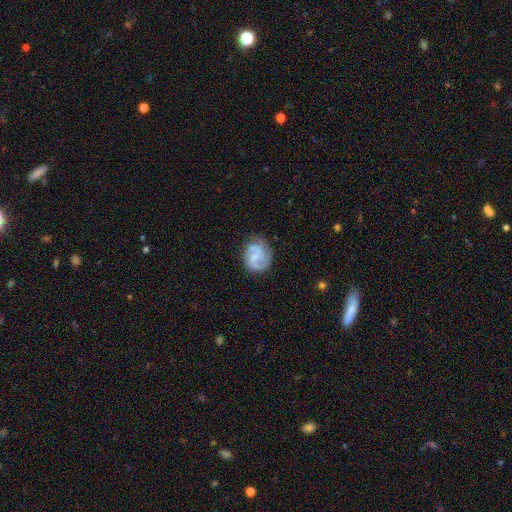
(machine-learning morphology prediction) A featured or disk galaxy (75%) with a weak bar (52%), 2 (80%) medium (50%) spiral arms (94%) and a small central bulge (49%).

Vote fractions:
- Smooth or featured? featured or disk: 75% / smooth: 19% / star or artifact: 6%
- Edge-on disk? no: 98% / yes: 2%
- Bar? weak: 52% / no: 34% / strong: 15%
- Spiral arms? yes: 94% / no: 6%
- Spiral winding? medium: 50% / loose: 26% / tight: 24%
- Spiral arm count? 2: 80% / can't tell: 7% / 1: 5% / 3: 5% / 4: 1% / more than 4: 1%
- Bulge size? small: 49% / none: 30% / moderate: 18% / large: 2% / dominant: 1%
- Merging? none: 73% / minor disturbance: 17% / major disturbance: 8% / merger: 2%